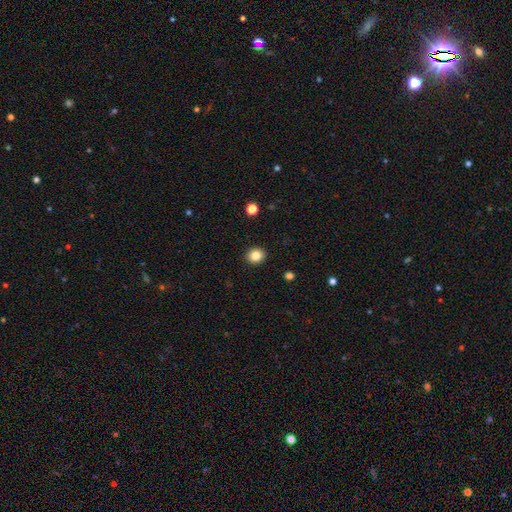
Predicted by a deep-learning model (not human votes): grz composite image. It shows a smooth galaxy with no disk features (84%) that is round (74%). Merging: none (92%).